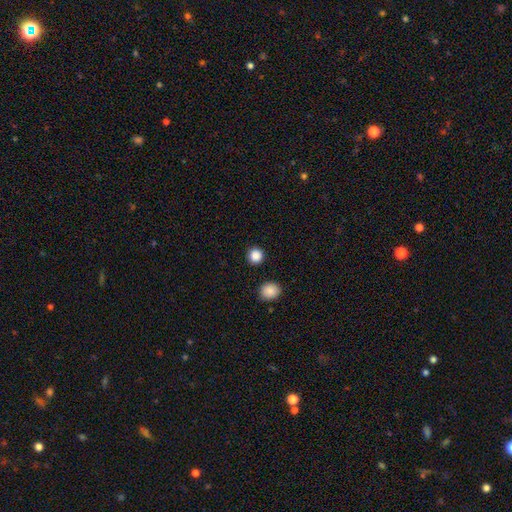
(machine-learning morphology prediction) A smooth galaxy with no disk features (87%) that is round (92%). Merging: none (91%).